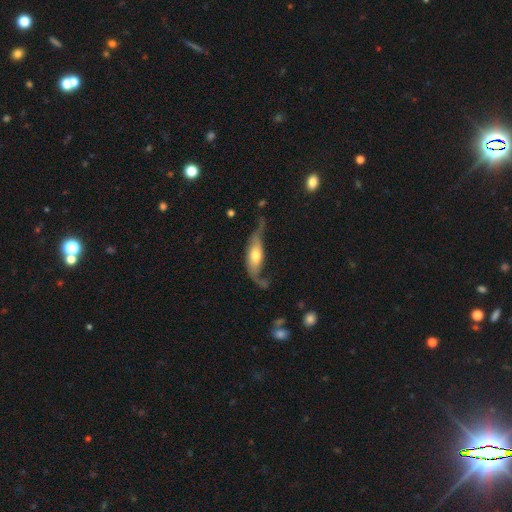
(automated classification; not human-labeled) Morphology: type=featured or disk (59%); edge-on=no (67%); merging=none (39%).